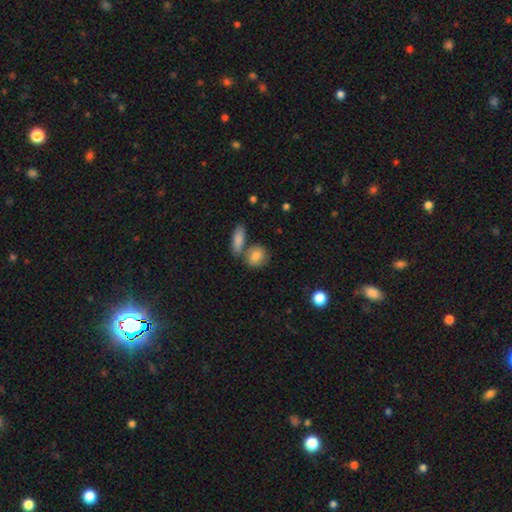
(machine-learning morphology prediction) Smooth or featured? smooth (83%)
How rounded? round (49%)
Merging? none (55%)